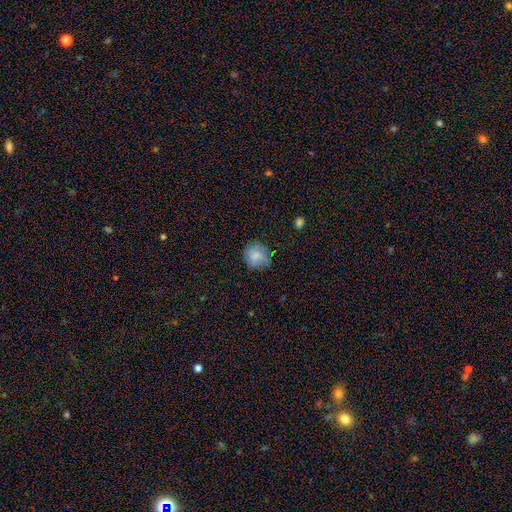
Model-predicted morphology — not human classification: Smooth or featured? smooth (74%)
How rounded? round (82%)
Merging? none (73%)